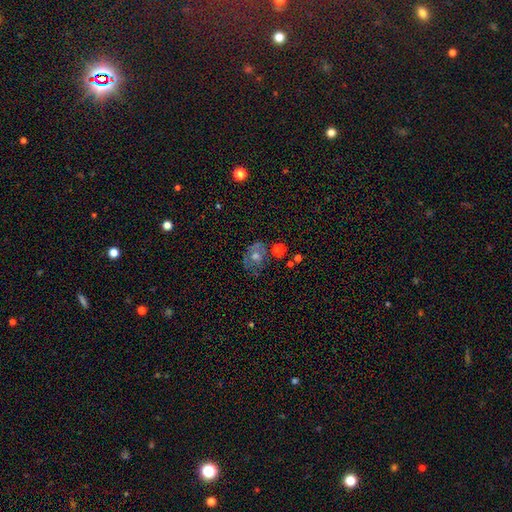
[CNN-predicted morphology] smooth-or-featured: featured or disk: 49% | smooth: 35% | star or artifact: 16%
  merging: none: 67% | minor disturbance: 20% | major disturbance: 9% | merger: 4%